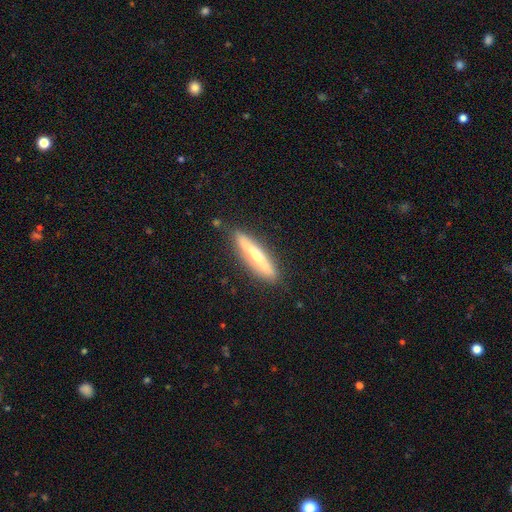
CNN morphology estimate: Smooth or featured? Predicted: smooth (p=0.48). Merging? Predicted: none (p=0.85).